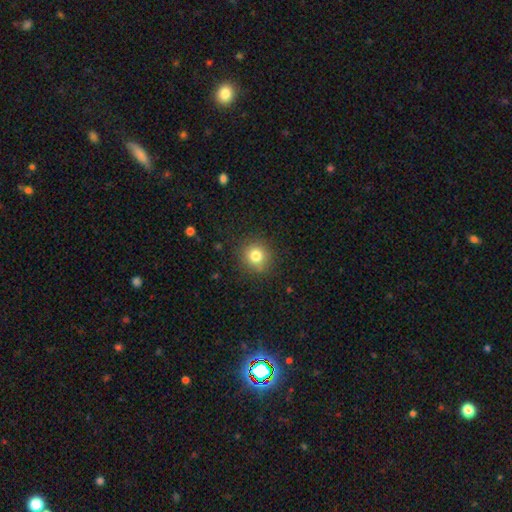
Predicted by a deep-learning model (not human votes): Q: Smooth or featured?
A: smooth (80%); runner-up: star or artifact (12%)
Q: How rounded?
A: round (89%); runner-up: in between (10%)
Q: Merging?
A: none (86%); runner-up: minor disturbance (10%)